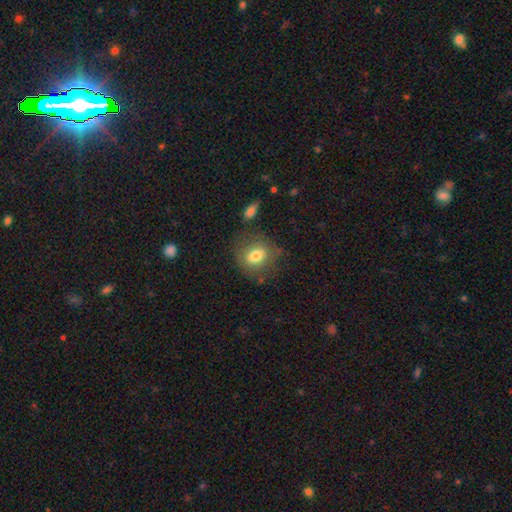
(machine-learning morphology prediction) smooth 74%, featured or disk 17%, star or artifact 9%. Down the decision tree: how rounded — round (49%, tied with in between); merging — none (70%).